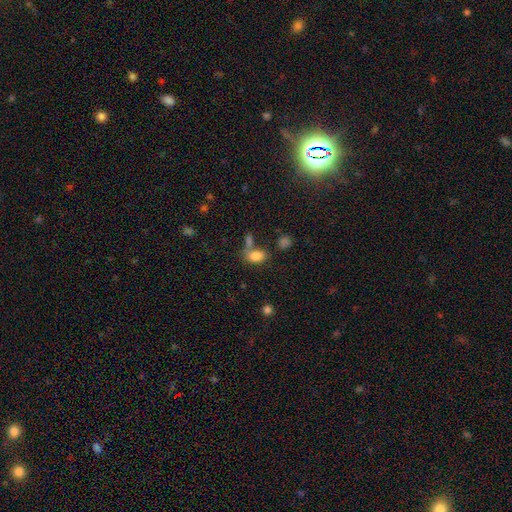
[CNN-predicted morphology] This is clearly a smooth galaxy (83%). How rounded: clearly in between (88%). Merging: possibly none (50%).